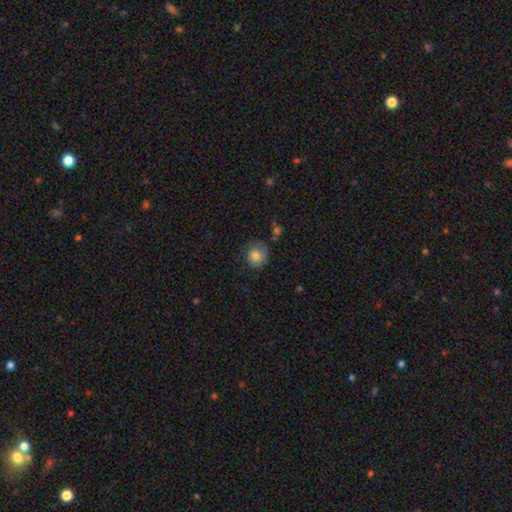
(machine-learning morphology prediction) Smooth or featured? Predicted: smooth (p=0.76). How rounded? Predicted: round (p=0.84). Merging? Predicted: none (p=0.62).